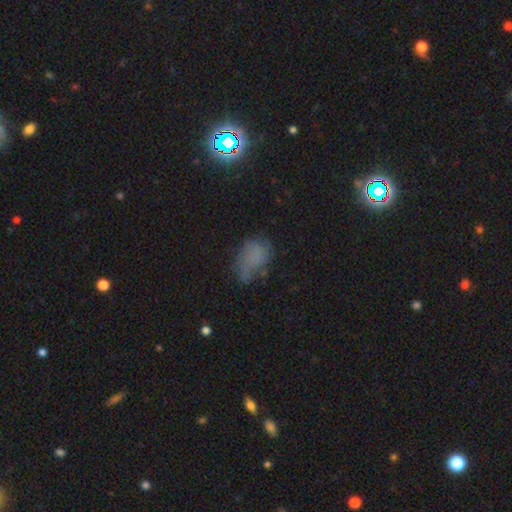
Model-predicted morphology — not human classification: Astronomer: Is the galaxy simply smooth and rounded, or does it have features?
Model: smooth — 55%.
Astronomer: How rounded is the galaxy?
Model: in between — 77%.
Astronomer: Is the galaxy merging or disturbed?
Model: none — 39% (runner-up: minor disturbance, 31%).